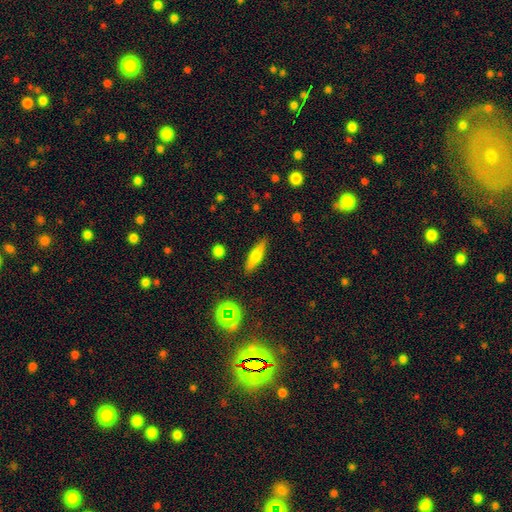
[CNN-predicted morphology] A smooth galaxy with no disk features (58%) that is cigar-shaped (68%). Merging: none (87%).